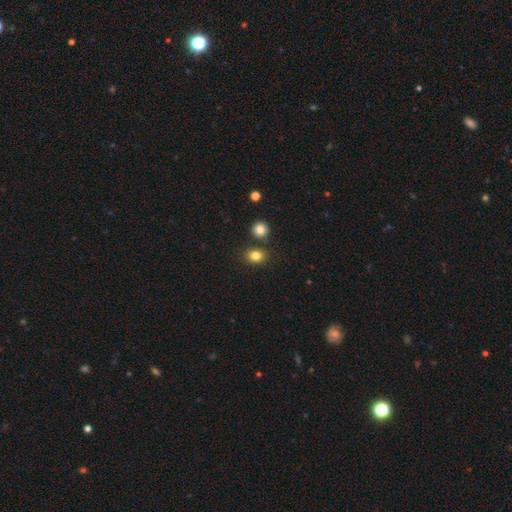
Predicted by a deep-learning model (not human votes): A smooth galaxy with no disk features (82%) that is round (60%).

Vote fractions:
- Smooth or featured? smooth: 82% / star or artifact: 12% / featured or disk: 6%
- How rounded? round: 60% / in between: 39% / cigar-shaped: 1%
- Merging? none: 77% / merger: 10% / minor disturbance: 10% / major disturbance: 3%